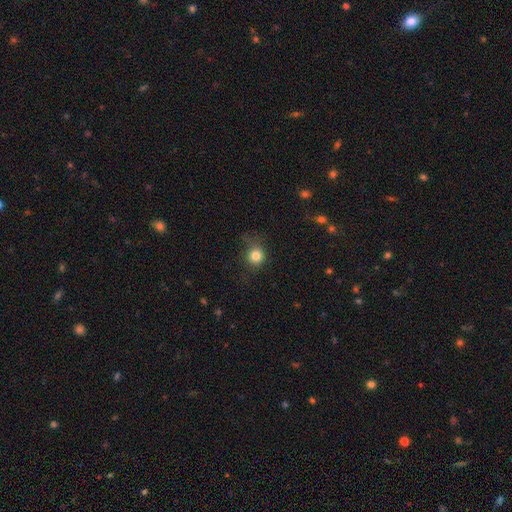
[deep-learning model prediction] smooth 81%, star or artifact 13%, featured or disk 6%. Down the decision tree: how rounded — round (88%); merging — none (72%).